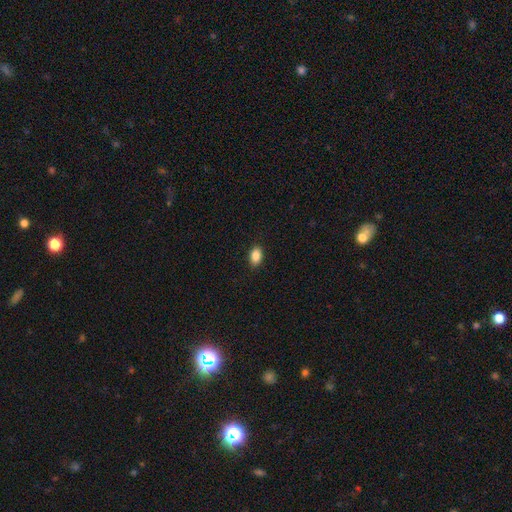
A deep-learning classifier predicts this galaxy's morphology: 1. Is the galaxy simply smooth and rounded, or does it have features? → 87% smooth, 8% star or artifact, 5% featured or disk.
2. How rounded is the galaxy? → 86% in between, 13% round, 1% cigar-shaped.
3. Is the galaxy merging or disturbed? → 90% none, 8% minor disturbance, 2% major disturbance, 1% merger.